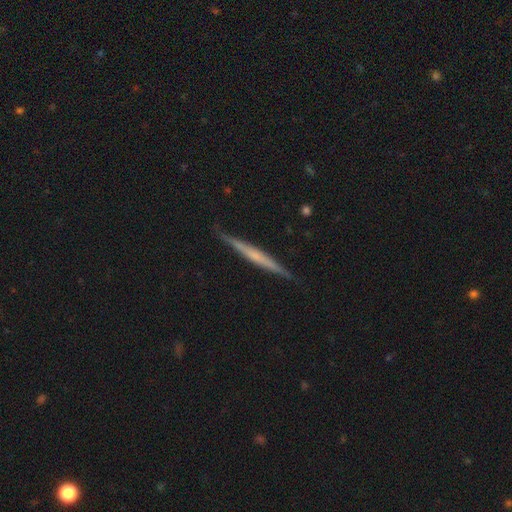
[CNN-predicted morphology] The model was most divided on "edge-on bulge": none: 60%, rounded: 29%, boxy: 11%. More confident: edge-on disk — yes (98%); merging — none (88%); smooth or featured — featured or disk (63%).